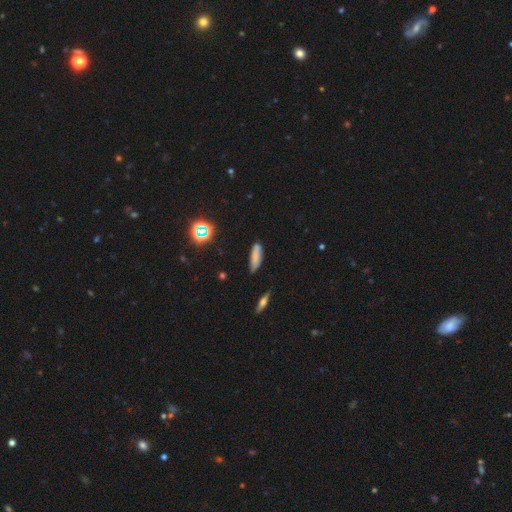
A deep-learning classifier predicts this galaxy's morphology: This is likely a smooth galaxy (76%). How rounded: possibly cigar-shaped (58%). Merging: likely none (75%).